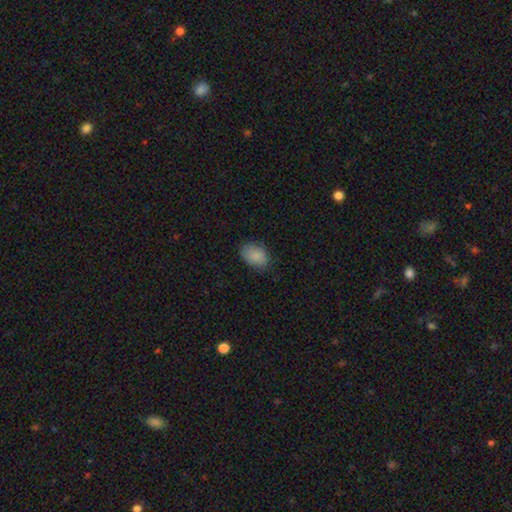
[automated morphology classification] Smooth or featured? smooth (88%)
How rounded? in between (80%)
Merging? none (79%)